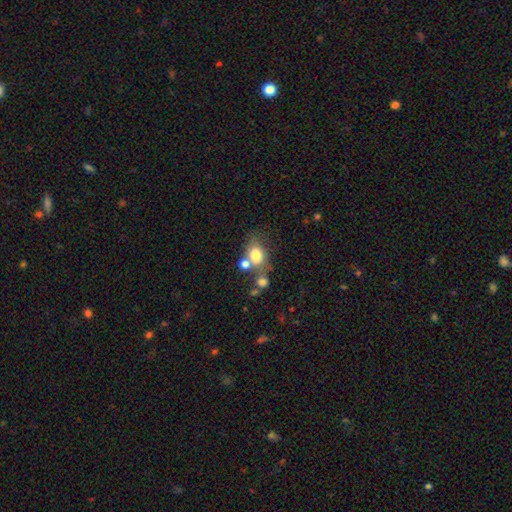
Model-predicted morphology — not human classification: Smooth or featured?
  - smooth: 73% *
  - featured or disk: 16%
  - star or artifact: 11%
How rounded?
  - in between: 58% *
  - round: 41%
  - cigar-shaped: 1%
Merging?
  - none: 39% *
  - merger: 37%
  - minor disturbance: 15%
  - major disturbance: 10%